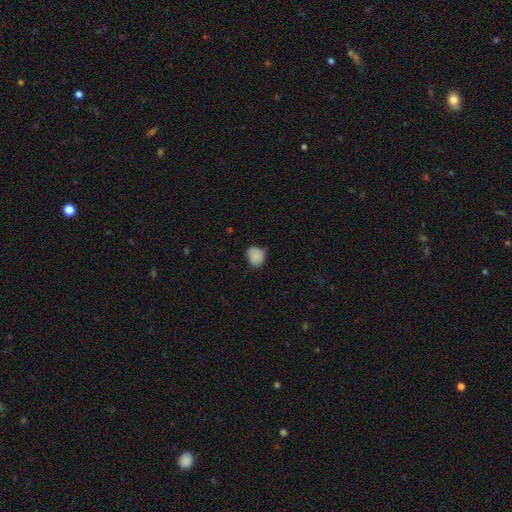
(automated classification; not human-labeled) The model was most divided on "how rounded": round: 56%, in between: 43%, cigar-shaped: 1%. More confident: smooth or featured — smooth (84%); merging — none (64%).